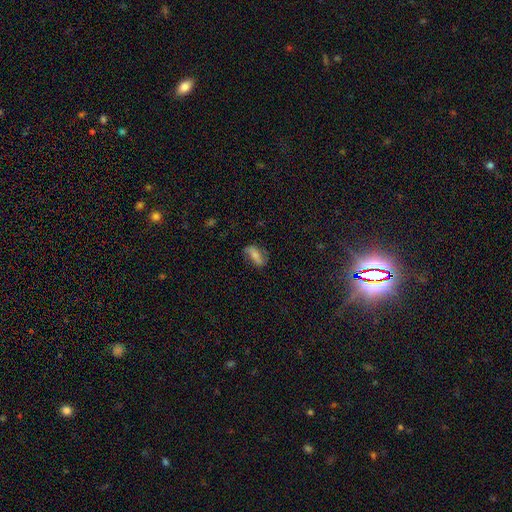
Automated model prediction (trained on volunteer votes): Overall: smooth (55%; featured or disk 36%). How rounded: in between (78%). Merging: none (64%).